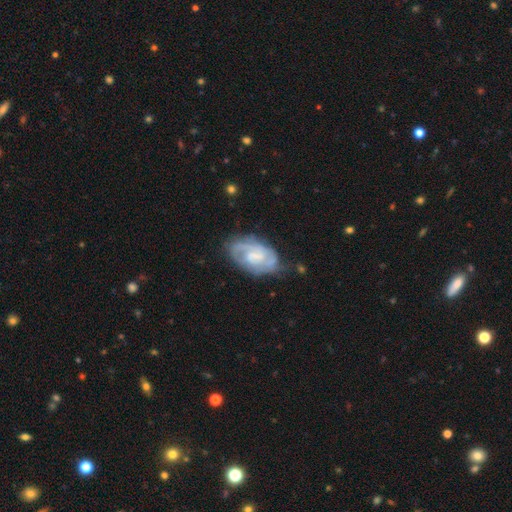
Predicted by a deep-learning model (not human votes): smooth-or-featured: featured or disk: 74% | smooth: 20% | star or artifact: 6%
  disk-edge-on: no: 96% | yes: 4%
    bar: weak: 46% | no: 43% | strong: 11%
    has-spiral-arms: yes: 87% | no: 13%
      spiral-winding: tight: 49% | medium: 39% | loose: 12%
      spiral-arm-count: 2: 50% | can't tell: 28% | 3: 11% | 1: 6% | 4: 3% | more than 4: 2%
    bulge-size: small: 40% | moderate: 28% | none: 25% | large: 6% | dominant: 1%
  merging: none: 61% | minor disturbance: 25% | major disturbance: 11% | merger: 3%